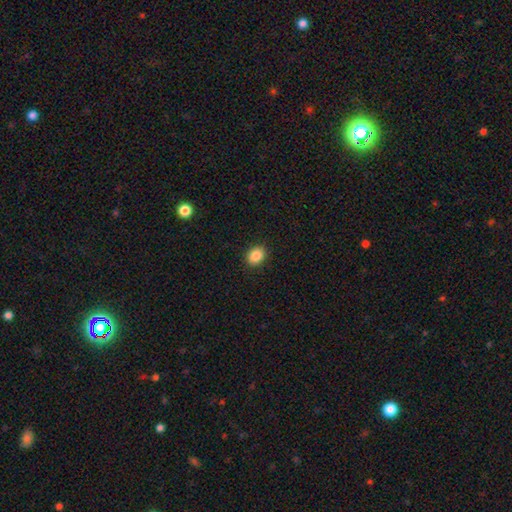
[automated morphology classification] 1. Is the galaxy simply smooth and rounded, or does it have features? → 87% smooth, 9% star or artifact, 4% featured or disk.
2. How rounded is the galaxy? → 52% in between, 47% round, 1% cigar-shaped.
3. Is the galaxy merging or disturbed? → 90% none, 7% minor disturbance, 2% major disturbance, 1% merger.